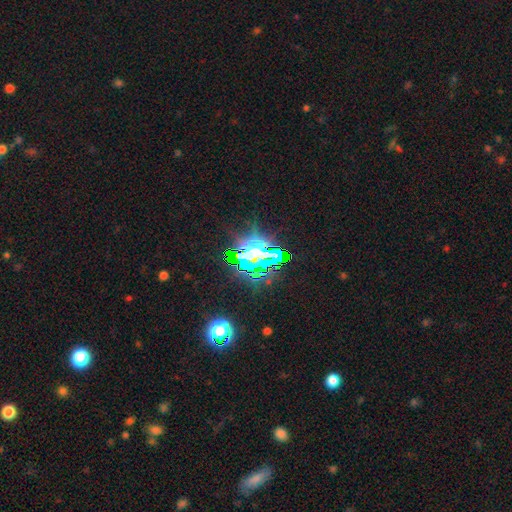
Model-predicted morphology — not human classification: Q: Smooth or featured?
A: star or artifact (74%); runner-up: smooth (13%)